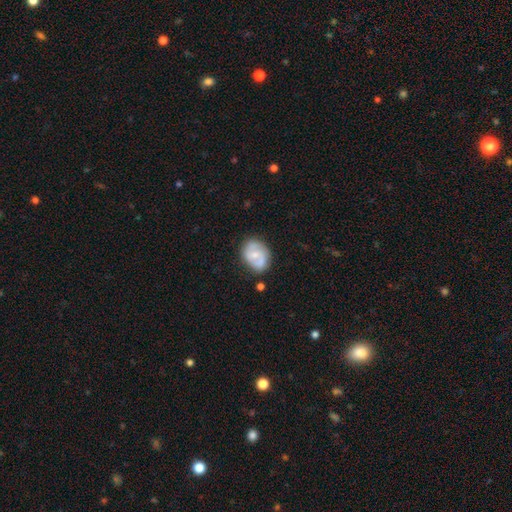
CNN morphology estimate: A featured or disk galaxy (63%) with no bar (48%), 2 (78%) medium (47%) spiral arms (83%) and a small central bulge (50%). Merging: none (68%).